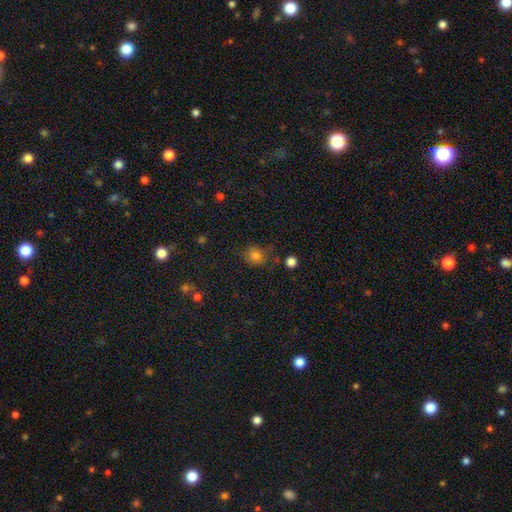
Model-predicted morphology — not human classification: Smooth or featured? smooth (80%)
How rounded? round (72%)
Merging? none (69%)